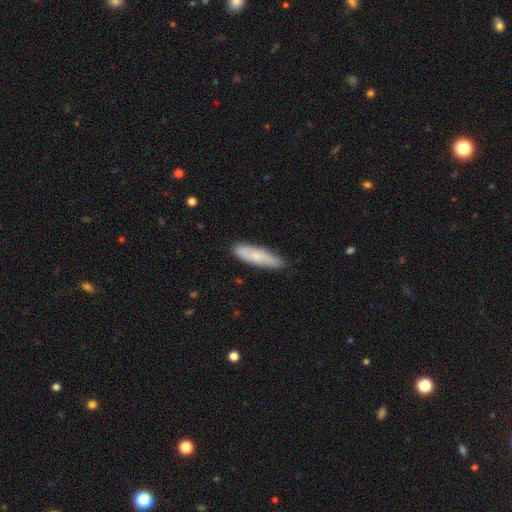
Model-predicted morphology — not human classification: Q: Smooth or featured?
A: smooth (69%); runner-up: featured or disk (25%)
Q: How rounded?
A: cigar-shaped (67%); runner-up: in between (31%)
Q: Merging?
A: none (83%); runner-up: minor disturbance (13%)